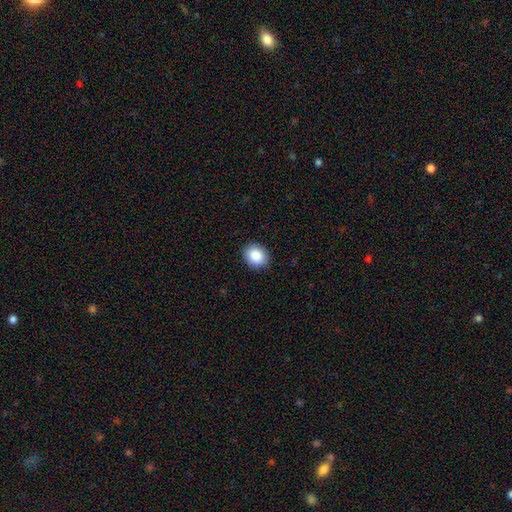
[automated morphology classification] This appears to be a smooth galaxy with no disk features (88%) that is round (55%). Merging: none (90%).